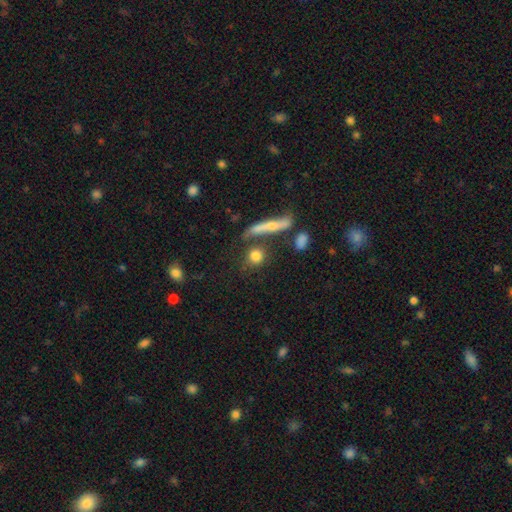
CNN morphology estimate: Smooth or featured? smooth (78%)
How rounded? round (75%)
Merging? none (68%)